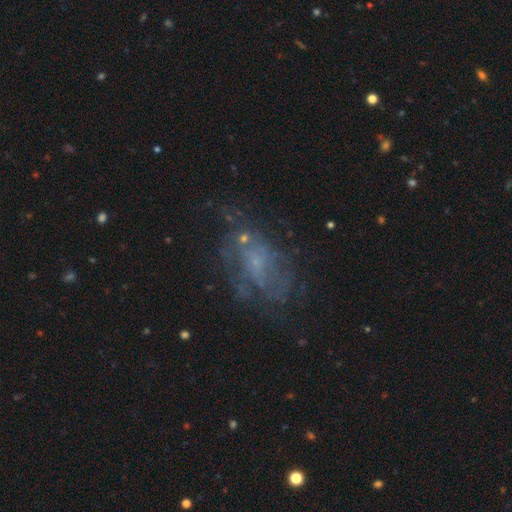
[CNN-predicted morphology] Smooth or featured?
  - featured or disk: 59% *
  - smooth: 22%
  - star or artifact: 19%
Edge-on disk?
  - no: 96% *
  - yes: 4%
Bar?
  - no: 77% *
  - weak: 20%
  - strong: 4%
Spiral arms?
  - yes: 51% *
  - no: 49%
Bulge size?
  - small: 54% *
  - none: 29%
  - moderate: 15%
  - large: 2%
  - dominant: 1%
Merging?
  - none: 54% *
  - major disturbance: 21%
  - minor disturbance: 20%
  - merger: 5%